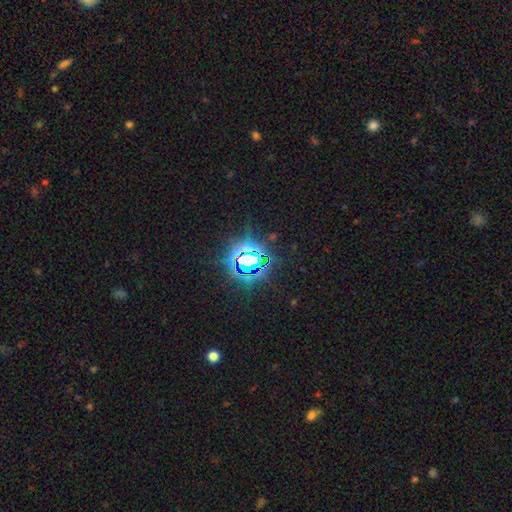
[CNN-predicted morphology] Smooth or featured? Predicted: star or artifact (p=0.79).